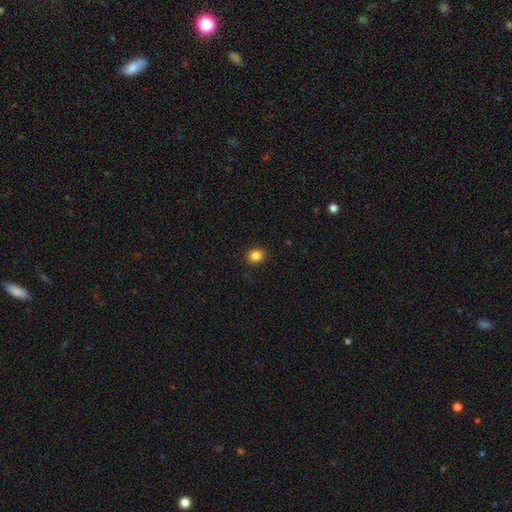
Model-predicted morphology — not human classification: Q: Smooth or featured?
A: smooth (84%); runner-up: star or artifact (11%)
Q: How rounded?
A: round (76%); runner-up: in between (23%)
Q: Merging?
A: none (91%); runner-up: minor disturbance (6%)